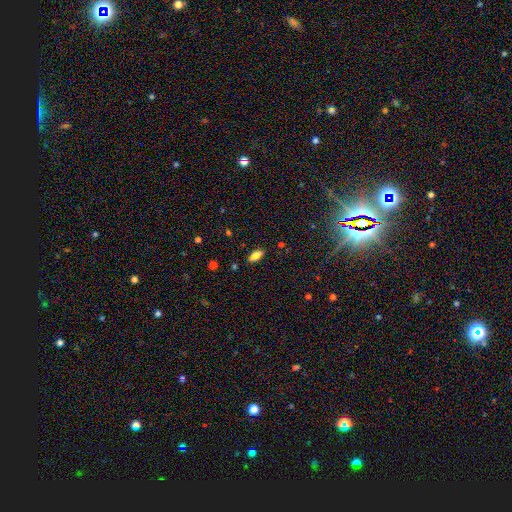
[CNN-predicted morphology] Smooth or featured?
  - smooth: 69% *
  - featured or disk: 17%
  - star or artifact: 13%
How rounded?
  - in between: 83% *
  - cigar-shaped: 13%
  - round: 4%
Merging?
  - none: 82% *
  - minor disturbance: 12%
  - major disturbance: 3%
  - merger: 3%